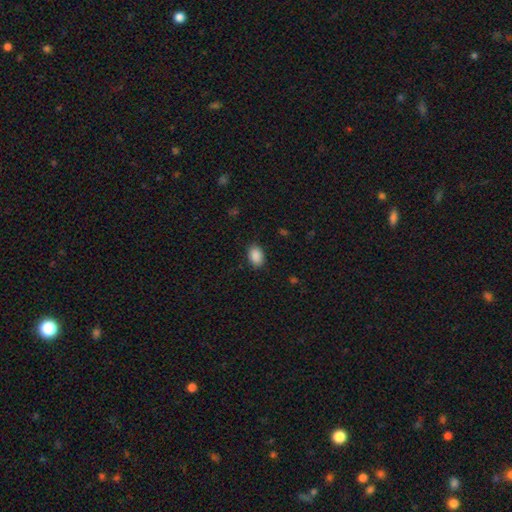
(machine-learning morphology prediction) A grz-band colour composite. It shows a smooth galaxy with no disk features (89%) that is in between round and cigar-shaped (85%). Merging: none (87%).